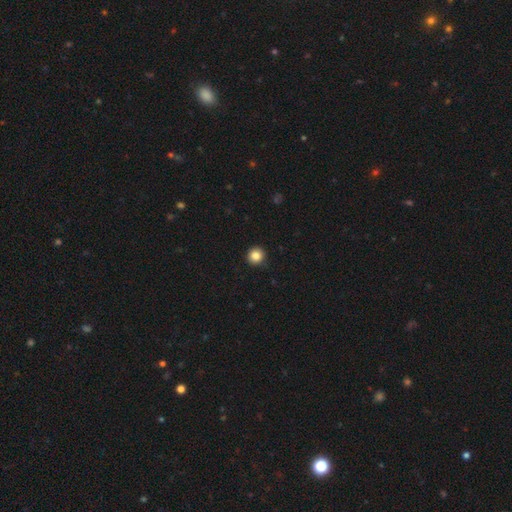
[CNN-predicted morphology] smooth_or_featured: smooth (p=0.85) [alt: star or artifact p=0.10]
how_rounded: round (p=0.95) [alt: in between p=0.04]
merging: none (p=0.93) [alt: minor disturbance p=0.05]